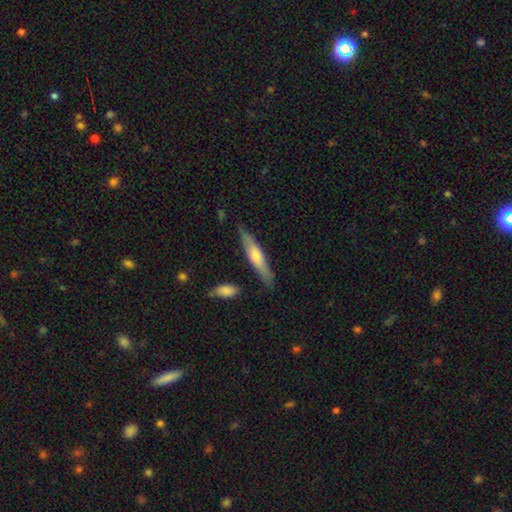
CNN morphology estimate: type=smooth (52%); roundness=cigar-shaped (86%); merging=none (83%).